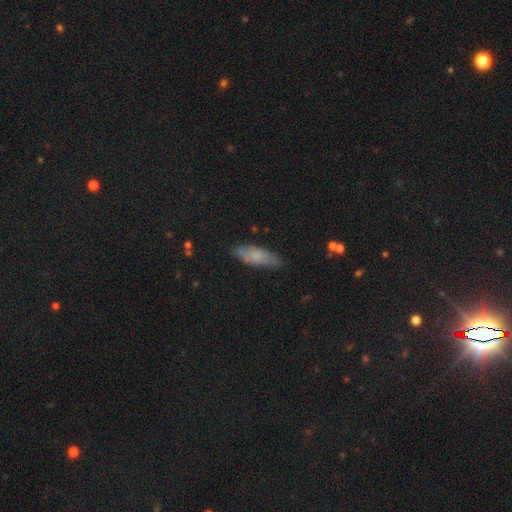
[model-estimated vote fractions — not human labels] This appears to be a smooth galaxy with no disk features (66%) that is in between round and cigar-shaped (59%). Merging: none (76%).